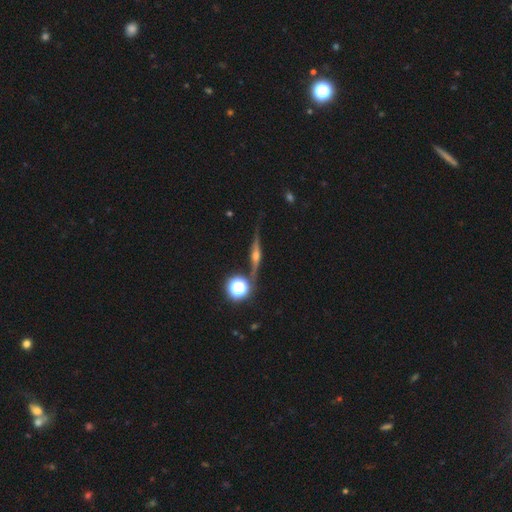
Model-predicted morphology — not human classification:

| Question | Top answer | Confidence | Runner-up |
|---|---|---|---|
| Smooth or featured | featured or disk | 79% | star or artifact (10%) |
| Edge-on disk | yes | 95% | no (5%) |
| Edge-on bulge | rounded | 93% | boxy (4%) |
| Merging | none | 82% | minor disturbance (11%) |